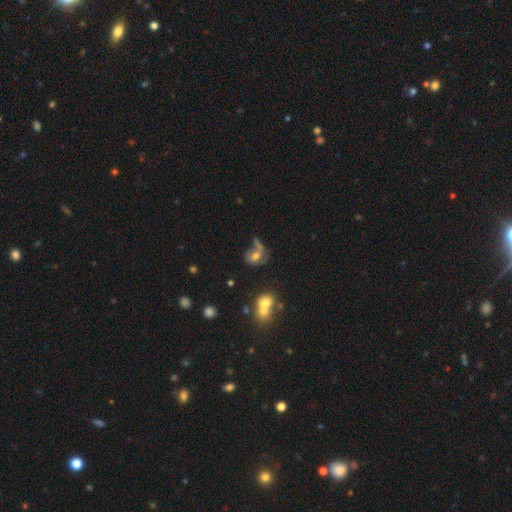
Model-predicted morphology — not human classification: Q: Smooth or featured?
A: smooth (56%); runner-up: featured or disk (30%)
Q: How rounded?
A: in between (54%); runner-up: round (44%)
Q: Merging?
A: none (32%); runner-up: merger (31%)